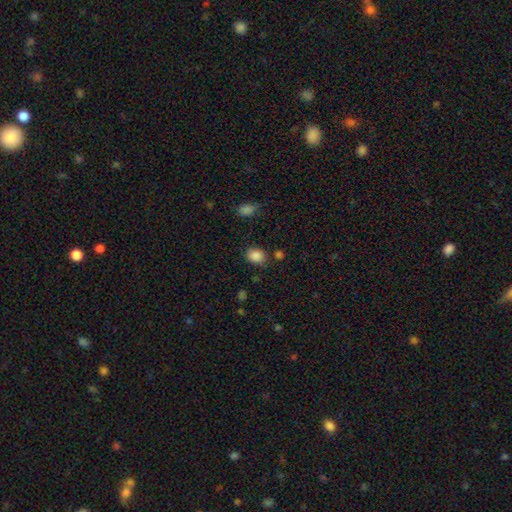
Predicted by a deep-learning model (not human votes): Smooth or featured? smooth (85%)
How rounded? in between (51%)
Merging? none (75%)